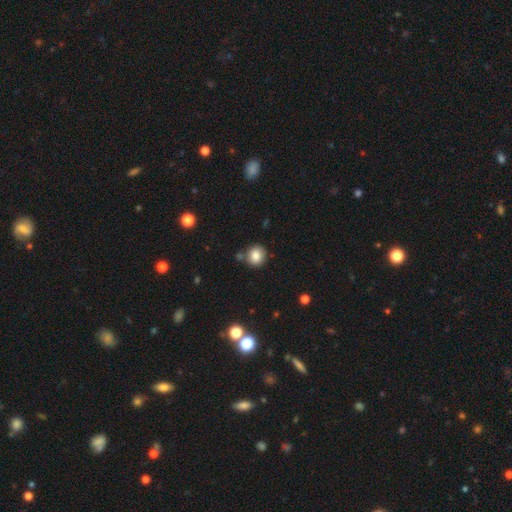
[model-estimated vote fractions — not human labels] This is clearly a smooth galaxy (83%). How rounded: clearly round (84%). Merging: likely none (73%).